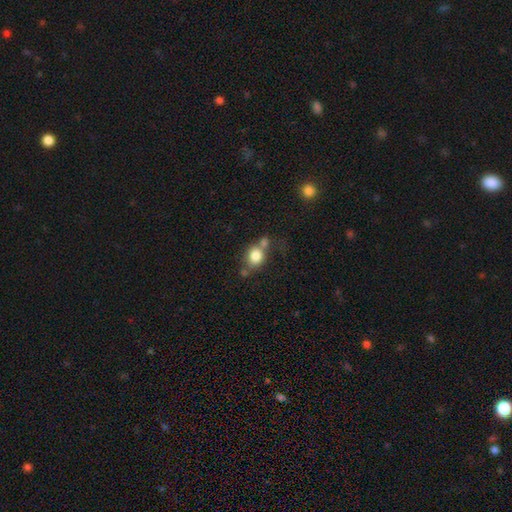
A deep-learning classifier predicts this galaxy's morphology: The model was most divided on "how rounded": round: 59%, in between: 39%, cigar-shaped: 1%. Remaining: smooth or featured — smooth (80%); merging — none (49%).